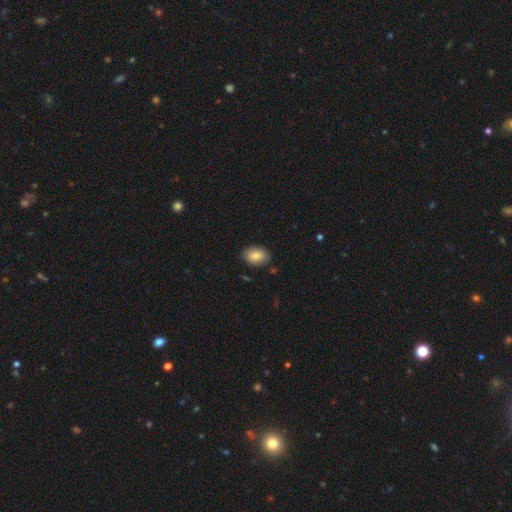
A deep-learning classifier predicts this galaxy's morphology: smooth 84%, featured or disk 8%, star or artifact 7%. Down the decision tree: how rounded — in between (82%); merging — none (85%).